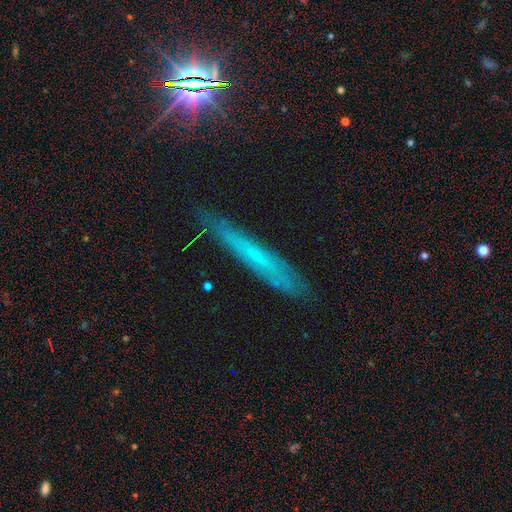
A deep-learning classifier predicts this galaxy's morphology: This appears to be a featured or disk galaxy (46%). Merging: none (82%).